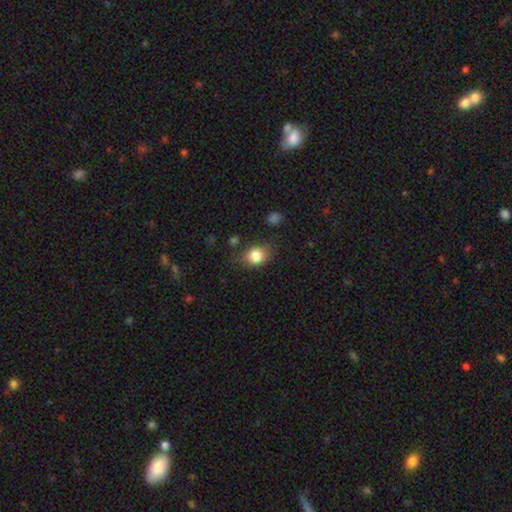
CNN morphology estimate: smooth_or_featured: smooth (p=0.81) [alt: star or artifact p=0.10]
how_rounded: in between (p=0.50) [alt: round p=0.49]
merging: none (p=0.69) [alt: minor disturbance p=0.22]